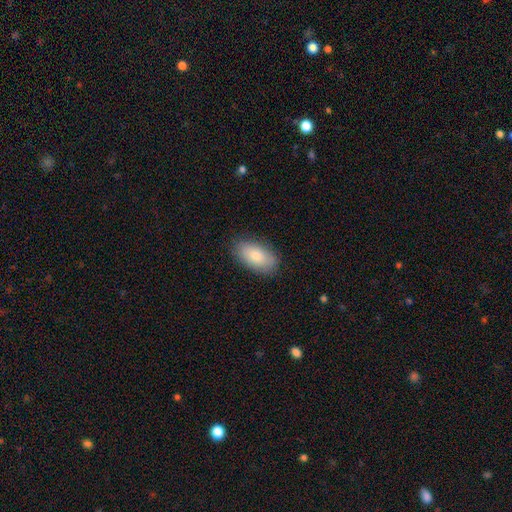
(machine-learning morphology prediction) smooth 80%, featured or disk 13%, star or artifact 7%. Down the decision tree: how rounded — in between (93%); merging — none (85%).